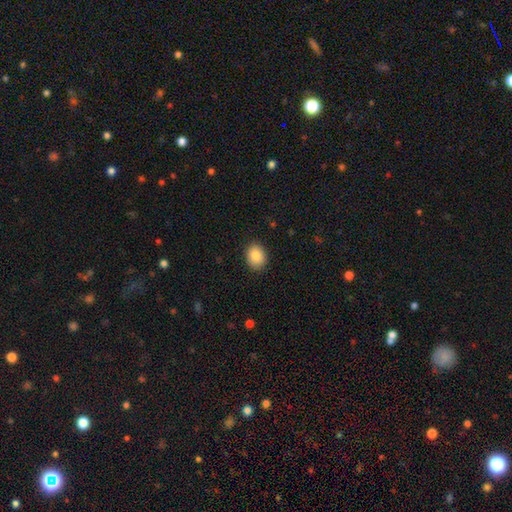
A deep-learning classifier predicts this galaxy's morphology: Smooth or featured?
  - smooth: 88% *
  - star or artifact: 8%
  - featured or disk: 5%
How rounded?
  - in between: 53% *
  - round: 46%
  - cigar-shaped: 1%
Merging?
  - none: 89% *
  - minor disturbance: 8%
  - major disturbance: 2%
  - merger: 1%